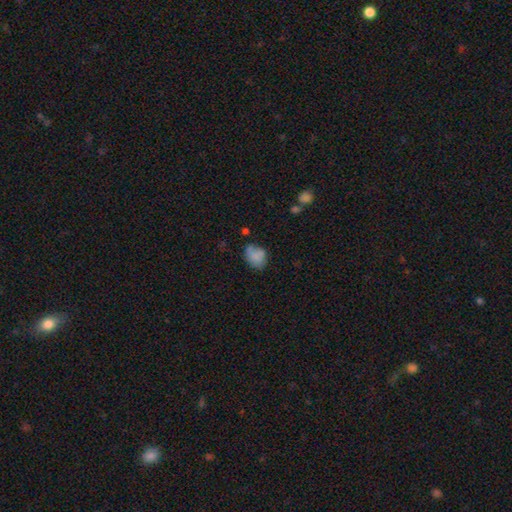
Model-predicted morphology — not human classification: A smooth galaxy with no disk features (75%) that is in between round and cigar-shaped (64%). Merging: none (50%).